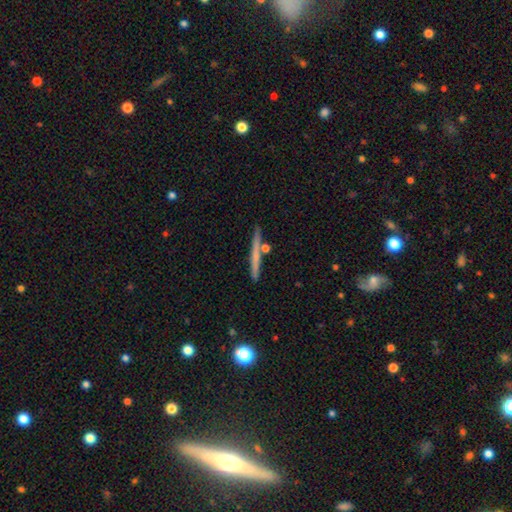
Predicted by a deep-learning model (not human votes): Smooth or featured: smooth — 50% (featured or disk — 44%)
Merging: none — 84% (minor disturbance — 8%)